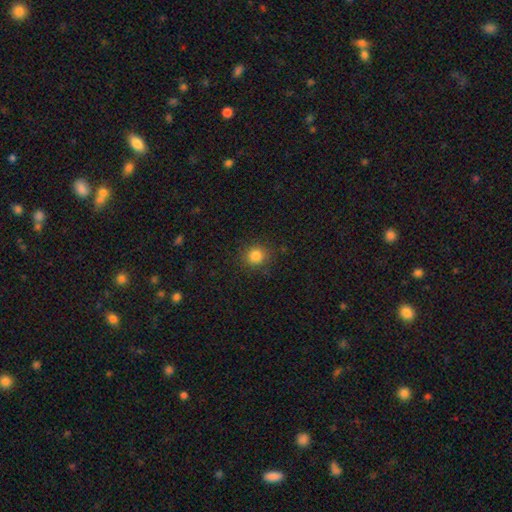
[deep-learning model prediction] The model was most divided on "smooth or featured": smooth: 83%, star or artifact: 12%, featured or disk: 5%. More confident: how rounded — round (90%); merging — none (88%).